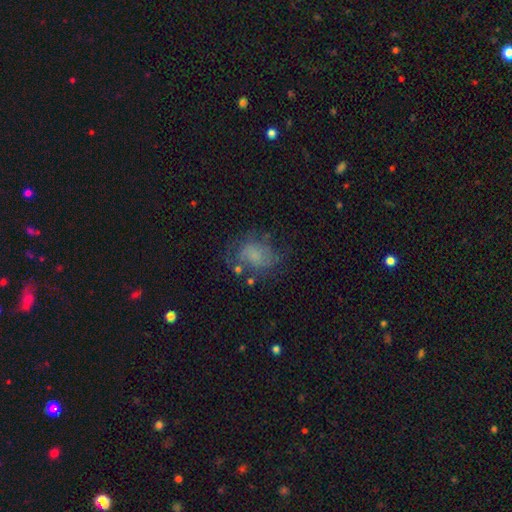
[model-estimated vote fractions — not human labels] Smooth or featured?
  - smooth: 46% *
  - featured or disk: 42%
  - star or artifact: 12%
Merging?
  - none: 50% *
  - minor disturbance: 24%
  - major disturbance: 22%
  - merger: 4%